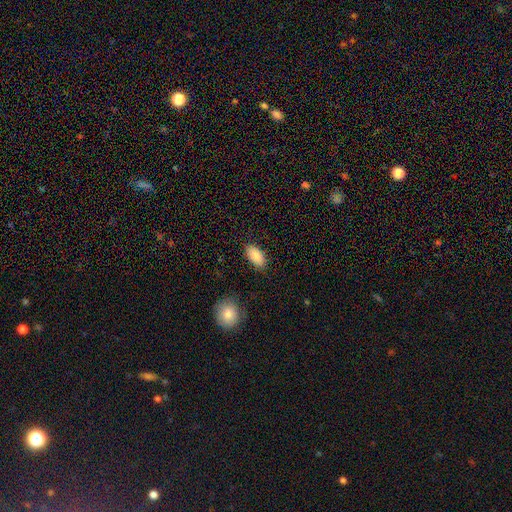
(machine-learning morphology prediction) smooth_or_featured: smooth (p=0.87) [alt: star or artifact p=0.07]
how_rounded: in between (p=0.92) [alt: cigar-shaped p=0.05]
merging: none (p=0.85) [alt: minor disturbance p=0.11]